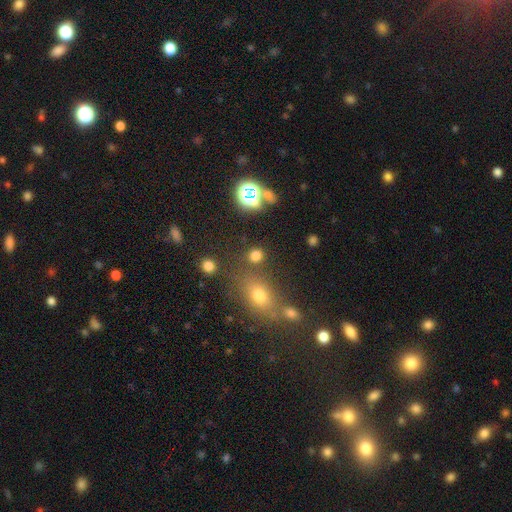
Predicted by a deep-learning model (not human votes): smooth_or_featured: smooth (p=0.72) [alt: star or artifact p=0.22]
how_rounded: round (p=0.76) [alt: in between p=0.23]
merging: none (p=0.76) [alt: merger p=0.11]